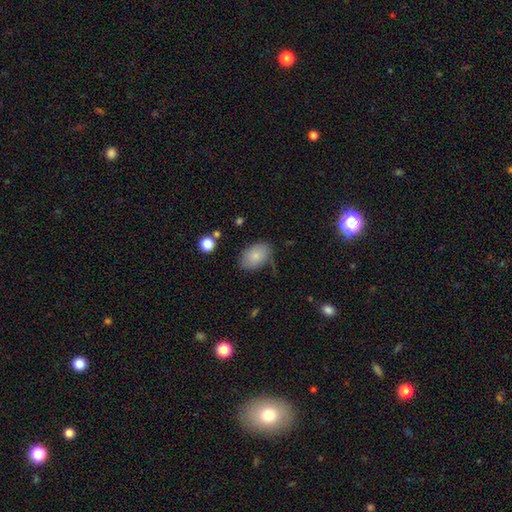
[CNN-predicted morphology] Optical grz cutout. It shows a smooth galaxy with no disk features (79%) that is in between round and cigar-shaped (87%). Merging: none (62%).